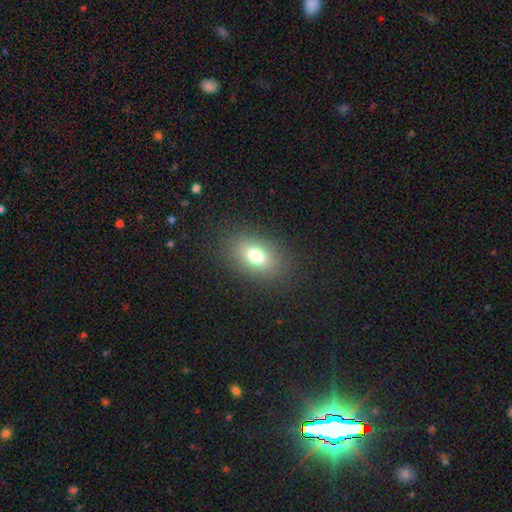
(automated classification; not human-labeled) This appears to be a smooth galaxy with no disk features (74%) that is in between round and cigar-shaped (82%). Merging: none (85%).